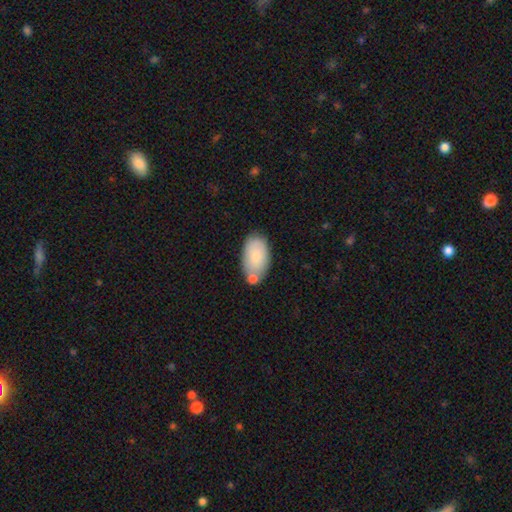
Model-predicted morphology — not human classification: type=smooth (77%); roundness=in between (94%); merging=none (60%).